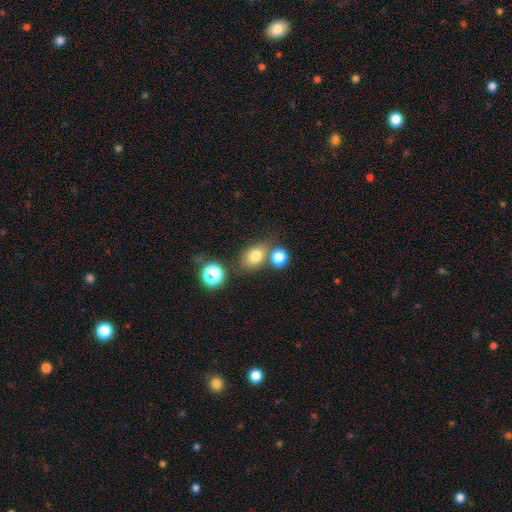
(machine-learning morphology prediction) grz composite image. It shows a smooth galaxy with no disk features (76%) that is in between round and cigar-shaped (55%). Merging: none (62%).